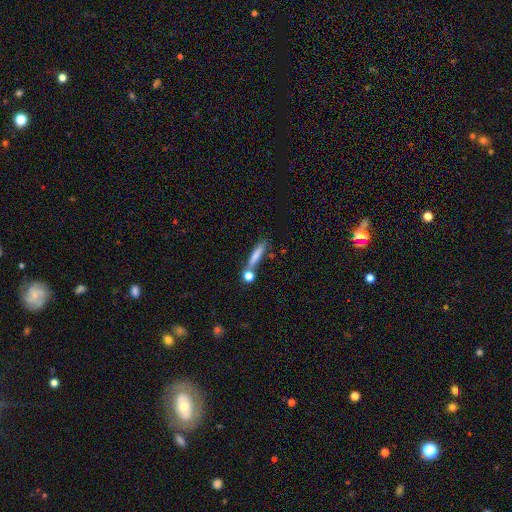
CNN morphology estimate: smooth-or-featured: smooth: 72% | featured or disk: 19% | star or artifact: 9%
  how-rounded: cigar-shaped: 81% | in between: 14% | round: 5%
  merging: none: 62% | merger: 19% | minor disturbance: 13% | major disturbance: 6%